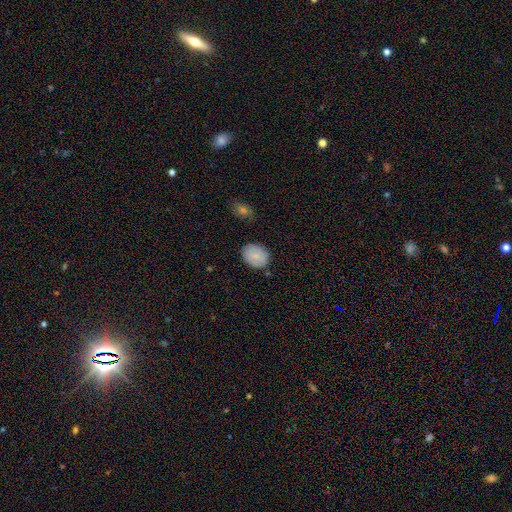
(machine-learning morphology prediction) smooth 82%, featured or disk 11%, star or artifact 7%. Down the decision tree: how rounded — in between (59%); merging — none (81%).